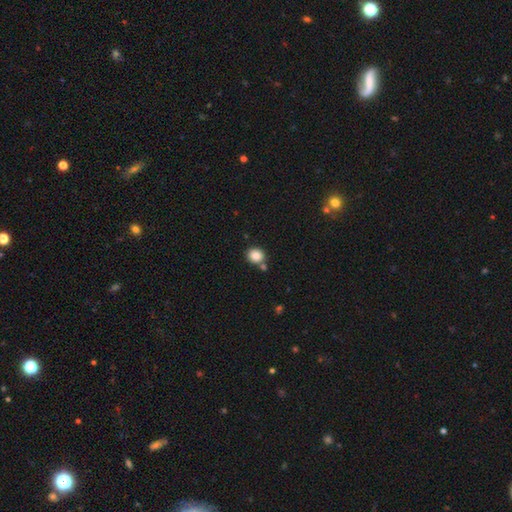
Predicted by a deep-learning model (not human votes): Q: Smooth or featured?
A: smooth (86%); runner-up: star or artifact (9%)
Q: How rounded?
A: round (75%); runner-up: in between (24%)
Q: Merging?
A: none (70%); runner-up: merger (16%)